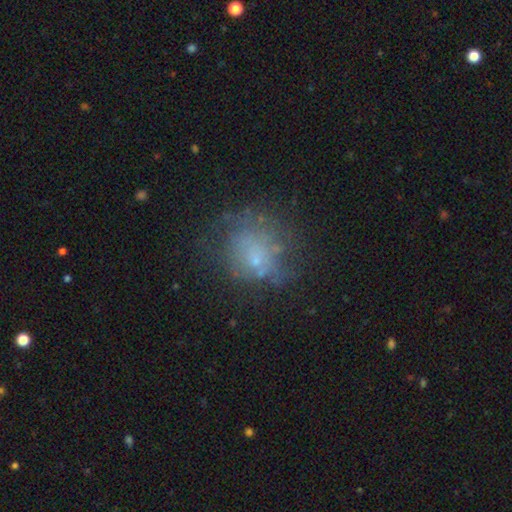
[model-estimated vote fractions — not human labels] A smooth galaxy with no disk features (47%). Merging: none (51%).